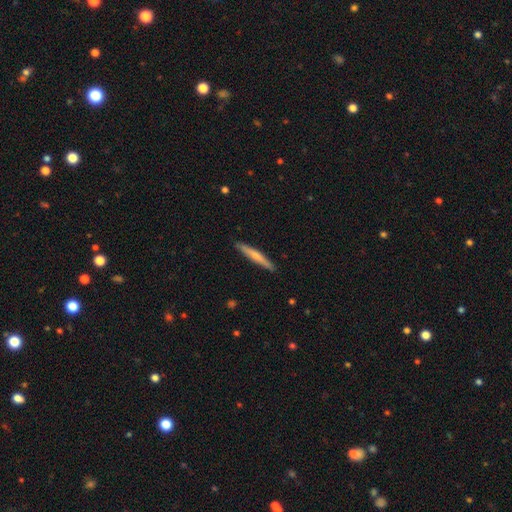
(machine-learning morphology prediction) Overall: smooth (58%; featured or disk 37%). How rounded: cigar-shaped (95%). Merging: none (90%).